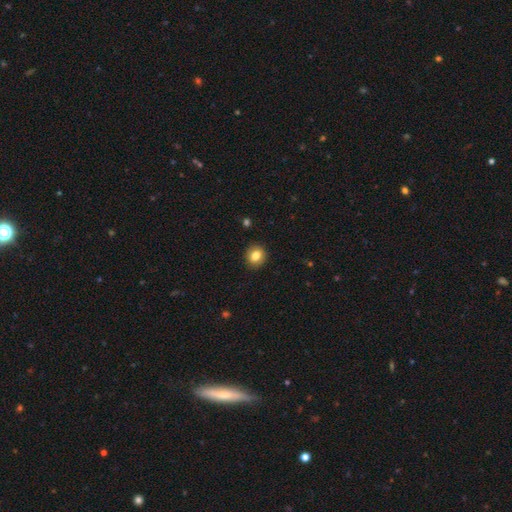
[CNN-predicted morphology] Smooth or featured?
  - smooth: 81% *
  - star or artifact: 10%
  - featured or disk: 9%
How rounded?
  - round: 80% *
  - in between: 19%
  - cigar-shaped: 1%
Merging?
  - none: 91% *
  - minor disturbance: 6%
  - major disturbance: 2%
  - merger: 1%